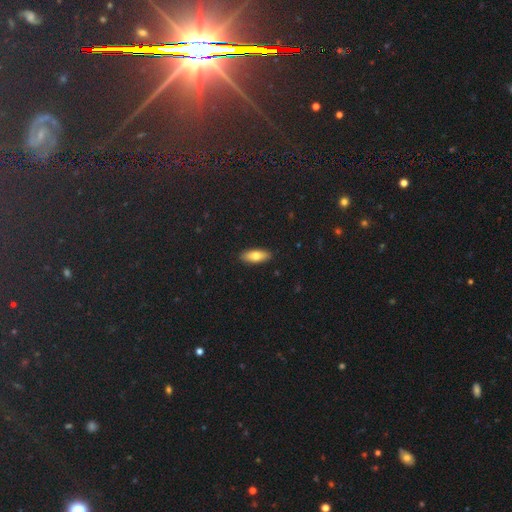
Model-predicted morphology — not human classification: Smooth or featured? Predicted: smooth (p=0.73). How rounded? Predicted: in between (p=0.73). Merging? Predicted: none (p=0.90).